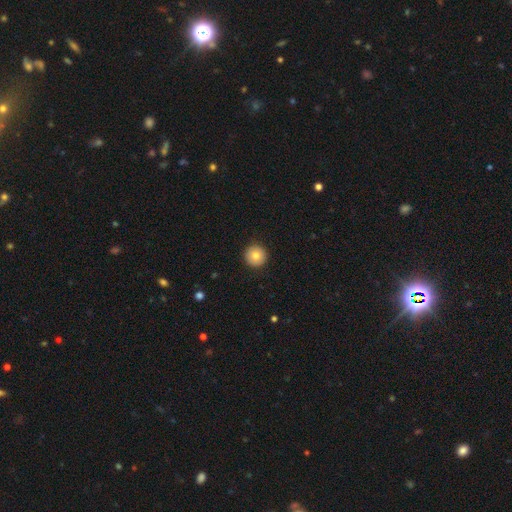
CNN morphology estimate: Overall: smooth (82%). How rounded: round (96%). Merging: none (93%).